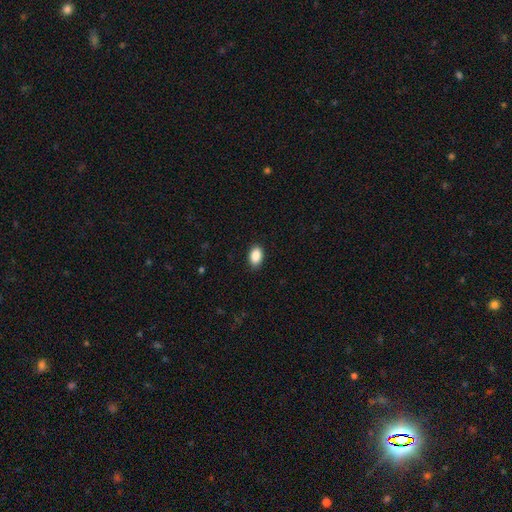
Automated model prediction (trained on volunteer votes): This is clearly a smooth galaxy (89%). How rounded: clearly in between (89%). Merging: clearly none (86%).